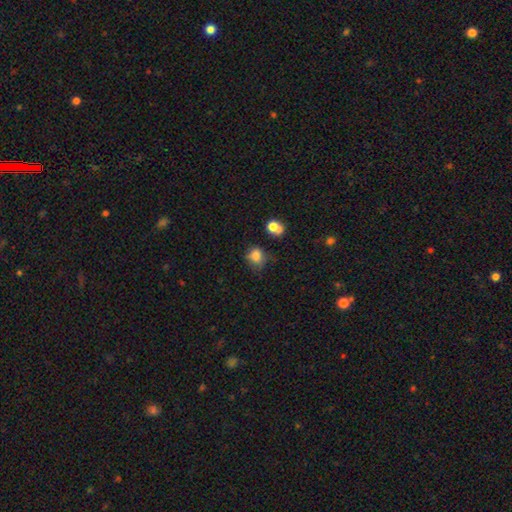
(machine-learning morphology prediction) type=smooth (79%); roundness=round (57%); merging=none (49%).